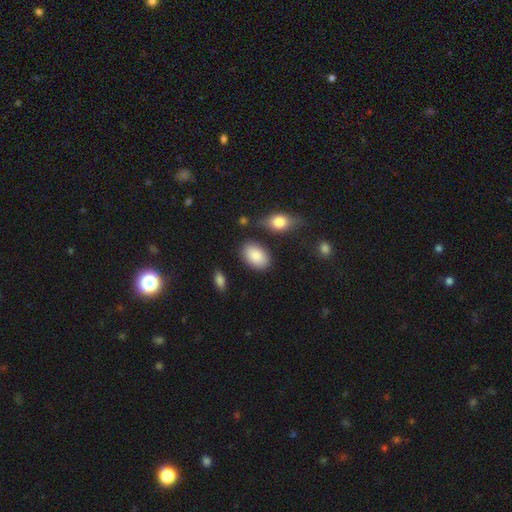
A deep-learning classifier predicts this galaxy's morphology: Overall: smooth (87%). How rounded: in between (91%). Merging: none (79%).